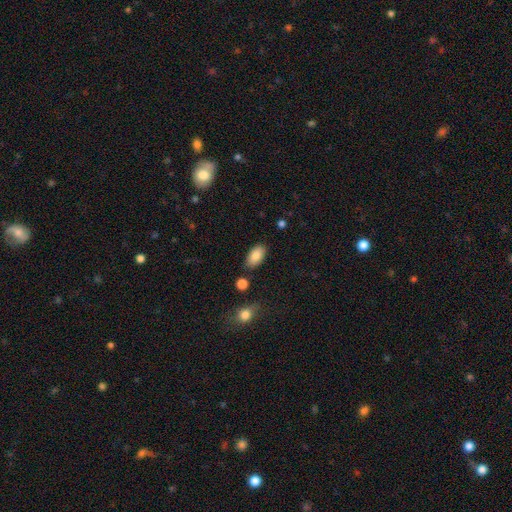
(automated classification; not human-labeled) Smooth or featured? Predicted: smooth (p=0.86). How rounded? Predicted: in between (p=0.94). Merging? Predicted: none (p=0.84).